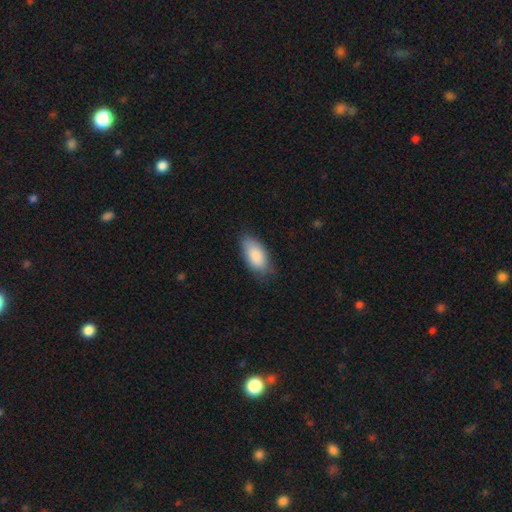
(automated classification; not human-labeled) Q: Smooth or featured?
A: smooth (86%); runner-up: featured or disk (8%)
Q: How rounded?
A: in between (92%); runner-up: cigar-shaped (5%)
Q: Merging?
A: none (75%); runner-up: minor disturbance (19%)